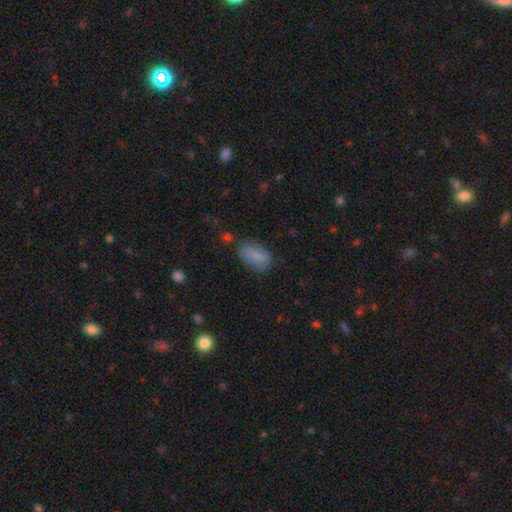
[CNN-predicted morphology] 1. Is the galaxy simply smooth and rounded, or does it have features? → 82% smooth, 9% featured or disk, 8% star or artifact.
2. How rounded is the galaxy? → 90% in between, 6% round, 4% cigar-shaped.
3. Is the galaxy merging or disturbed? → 74% none, 18% minor disturbance, 5% major disturbance, 3% merger.